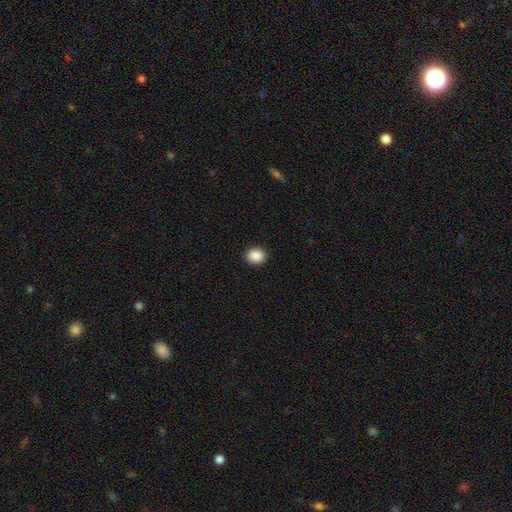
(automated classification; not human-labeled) Morphology: type=smooth (89%); roundness=round (61%); merging=none (92%).